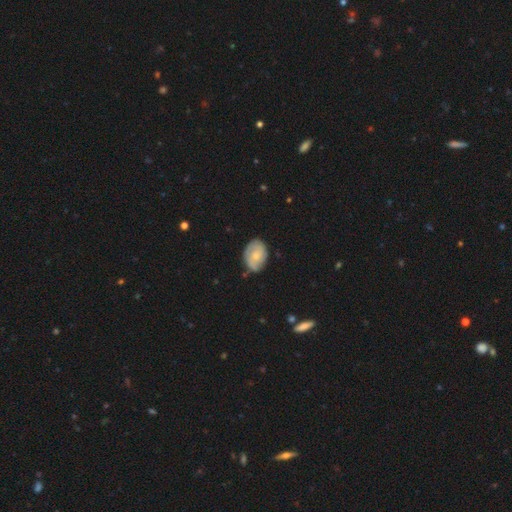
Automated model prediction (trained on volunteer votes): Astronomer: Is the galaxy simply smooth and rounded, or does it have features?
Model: featured or disk — 48% (runner-up: smooth, 46%).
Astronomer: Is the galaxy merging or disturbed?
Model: none — 71%.